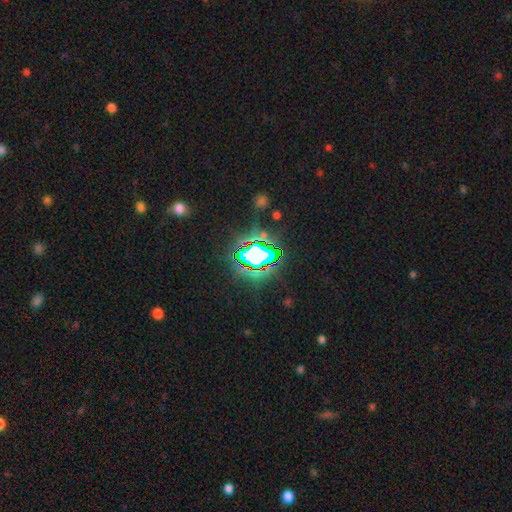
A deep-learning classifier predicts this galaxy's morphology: A star or artifact, not a galaxy (72%).

Vote fractions:
- Smooth or featured? star or artifact: 72% / smooth: 17% / featured or disk: 11%